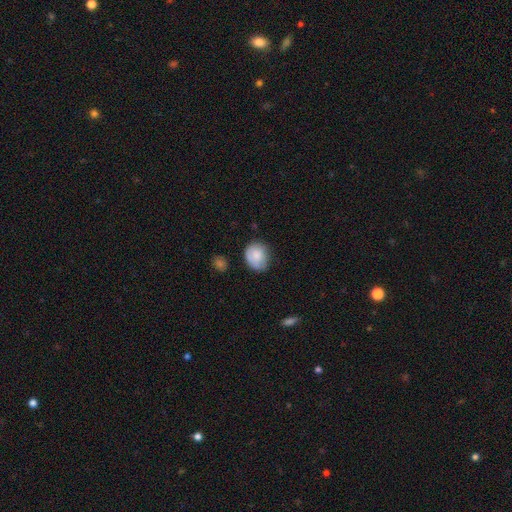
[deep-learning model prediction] smooth_or_featured: smooth (p=0.78) [alt: featured or disk p=0.14]
how_rounded: round (p=0.52) [alt: in between p=0.47]
merging: none (p=0.61) [alt: minor disturbance p=0.30]